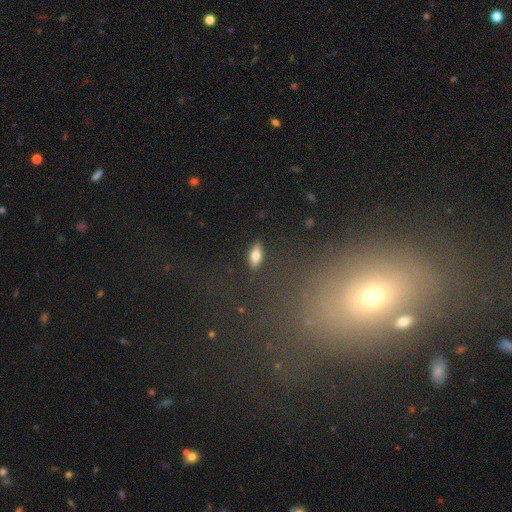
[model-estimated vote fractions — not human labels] A smooth galaxy with no disk features (72%) that is in between round and cigar-shaped (80%).

Vote fractions:
- Smooth or featured? smooth: 72% / featured or disk: 20% / star or artifact: 9%
- How rounded? in between: 80% / cigar-shaped: 16% / round: 4%
- Merging? none: 89% / minor disturbance: 8% / major disturbance: 2% / merger: 1%